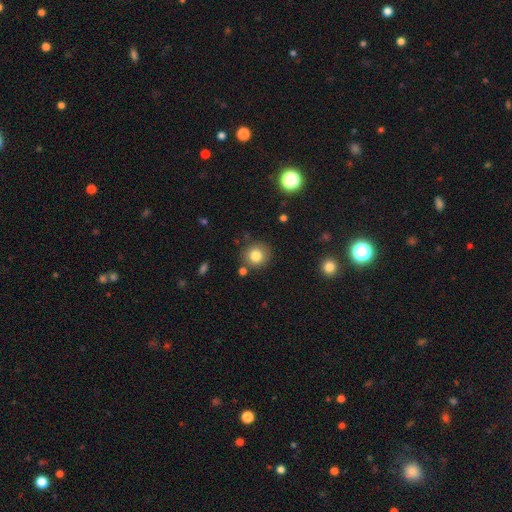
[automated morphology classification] The model was most divided on "smooth or featured": smooth: 82%, star or artifact: 11%, featured or disk: 7%. More confident: how rounded — round (90%); merging — none (83%).